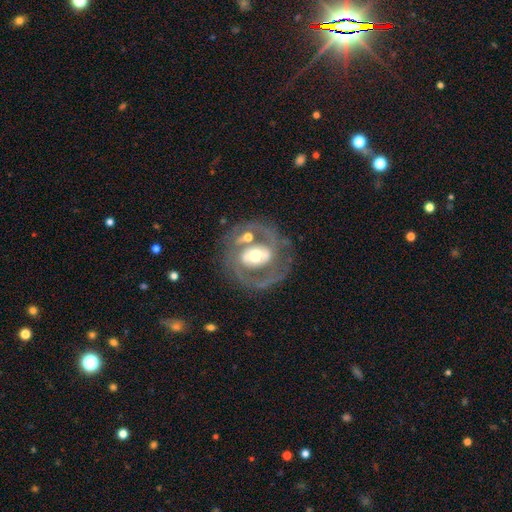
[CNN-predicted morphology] This is clearly a featured or disk galaxy (81%). It is clearly not viewed edge-on (96%). Bar: marginally strong (37%). Spiral arm pattern: clearly yes (81%). Spiral arm count: clearly 2 (81%). Spiral winding: possibly medium (49%). Central bulge: likely moderate (64%). Merging: likely none (63%).